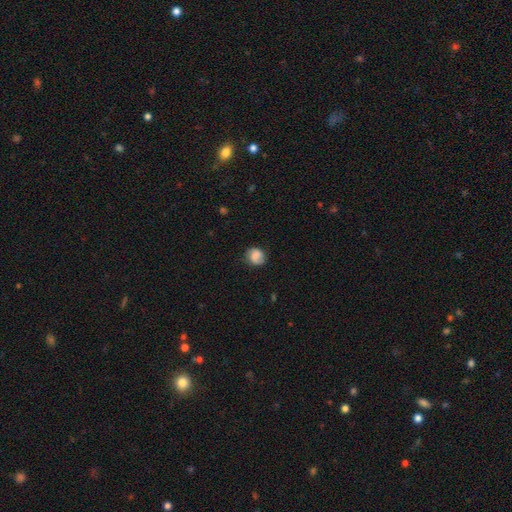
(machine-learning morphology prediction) A smooth galaxy with no disk features (65%) that is round (74%).

Vote fractions:
- Smooth or featured? smooth: 65% / featured or disk: 25% / star or artifact: 9%
- How rounded? round: 74% / in between: 25% / cigar-shaped: 1%
- Merging? none: 68% / minor disturbance: 23% / major disturbance: 8% / merger: 2%